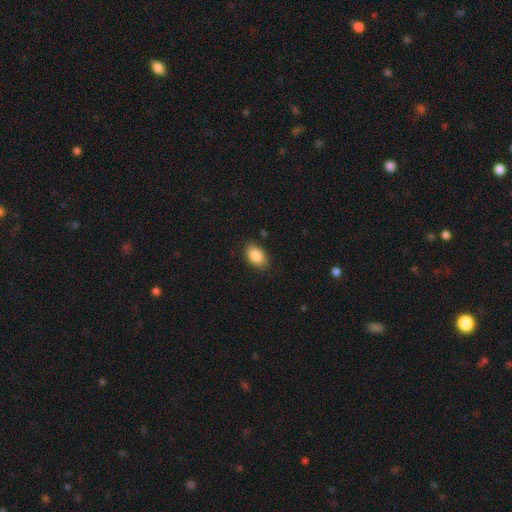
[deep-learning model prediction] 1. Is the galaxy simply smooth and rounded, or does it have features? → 88% smooth, 7% star or artifact, 5% featured or disk.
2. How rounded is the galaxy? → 89% in between, 10% round, 1% cigar-shaped.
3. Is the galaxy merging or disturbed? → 85% none, 11% minor disturbance, 3% major disturbance, 1% merger.